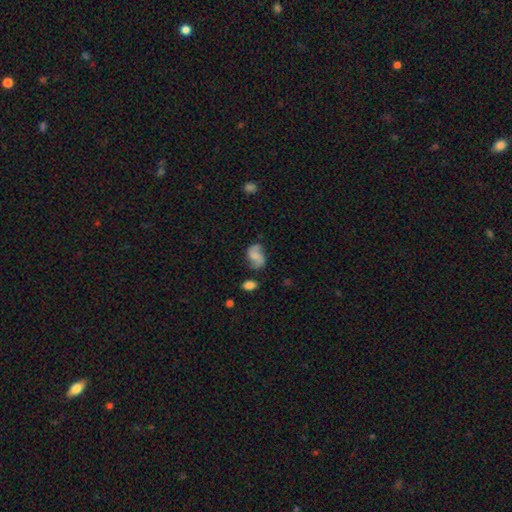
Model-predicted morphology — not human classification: Smooth or featured?
  - featured or disk: 49% *
  - smooth: 41%
  - star or artifact: 10%
Merging?
  - none: 58% *
  - minor disturbance: 25%
  - major disturbance: 10%
  - merger: 6%